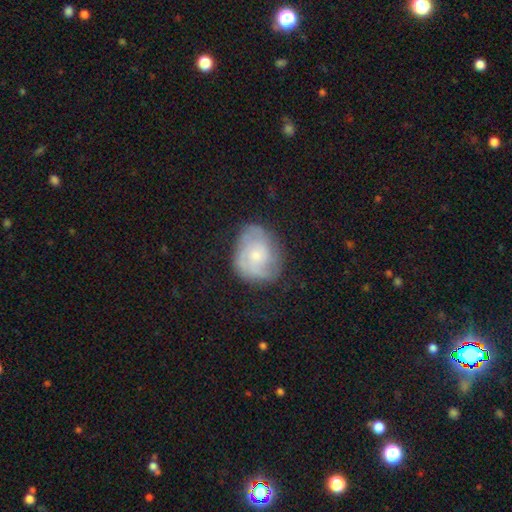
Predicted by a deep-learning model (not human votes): Smooth or featured? Predicted: featured or disk (p=0.57). Edge-on disk? Predicted: no (p=0.97). Bar? Predicted: no (p=0.77). Spiral arms? Predicted: yes (p=0.81). Bulge size? Predicted: small (p=0.47). Merging? Predicted: none (p=0.63).